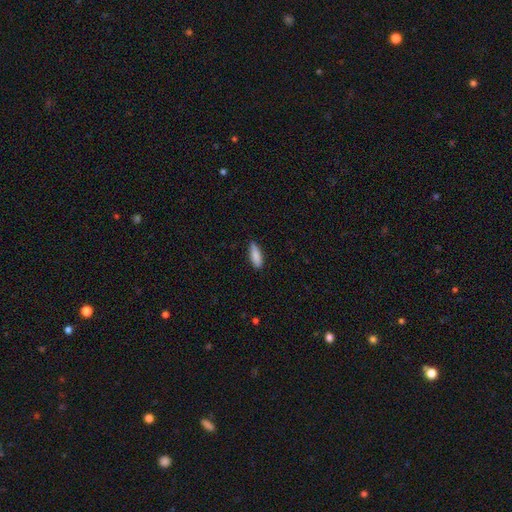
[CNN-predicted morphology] Q: Smooth or featured?
A: smooth (88%); runner-up: featured or disk (6%)
Q: How rounded?
A: in between (57%); runner-up: cigar-shaped (41%)
Q: Merging?
A: none (81%); runner-up: minor disturbance (16%)